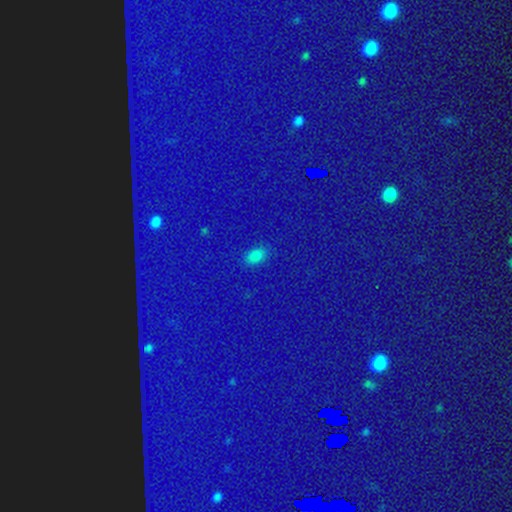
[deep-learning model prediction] This is possibly a star or artifact rather than a galaxy (49%).